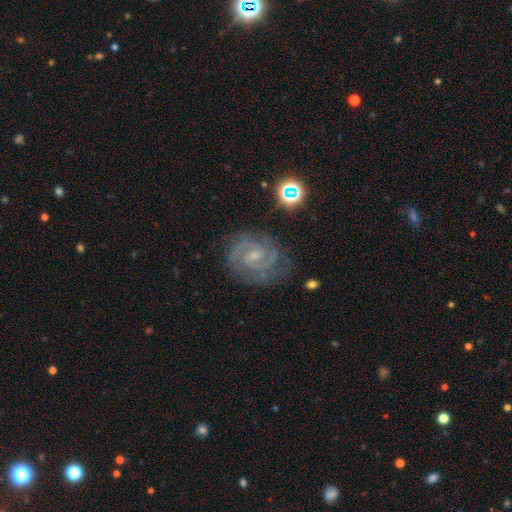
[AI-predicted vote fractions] This is clearly a featured or disk galaxy (86%). It is clearly not viewed edge-on (98%). Bar: possibly weak (52%). Spiral arm pattern: clearly yes (97%). Spiral arm count: likely 2 (66%). Spiral winding: likely tight (63%). Central bulge: likely small (68%). Merging: likely none (76%).